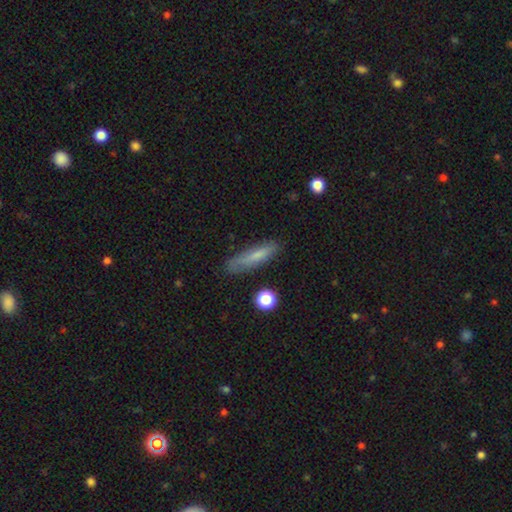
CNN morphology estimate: type=smooth (72%); roundness=cigar-shaped (79%); merging=none (79%).